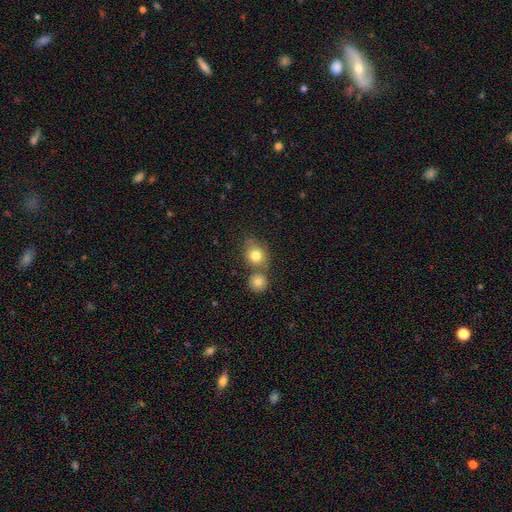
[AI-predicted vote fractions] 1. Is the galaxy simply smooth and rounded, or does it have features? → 81% smooth, 10% featured or disk, 9% star or artifact.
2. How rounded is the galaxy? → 70% round, 28% in between, 1% cigar-shaped.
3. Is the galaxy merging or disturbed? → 50% none, 35% merger, 11% minor disturbance, 4% major disturbance.